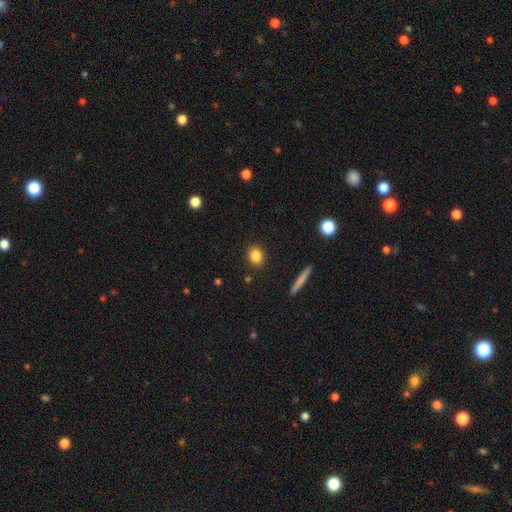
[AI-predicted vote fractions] smooth_or_featured: smooth (p=0.84) [alt: star or artifact p=0.09]
how_rounded: round (p=0.51) [alt: in between p=0.45]
merging: none (p=0.89) [alt: minor disturbance p=0.07]